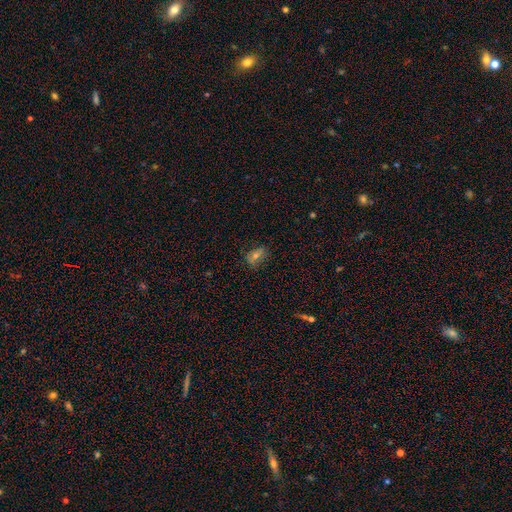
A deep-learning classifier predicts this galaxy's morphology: type=smooth (51%); roundness=in between (64%); merging=none (76%).